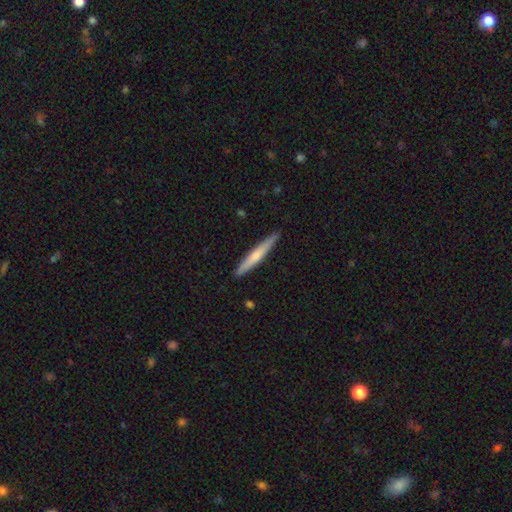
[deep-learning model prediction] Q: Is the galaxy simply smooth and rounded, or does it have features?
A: smooth — 53%.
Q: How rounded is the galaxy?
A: cigar-shaped — 95%.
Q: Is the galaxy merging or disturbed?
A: none — 90%.